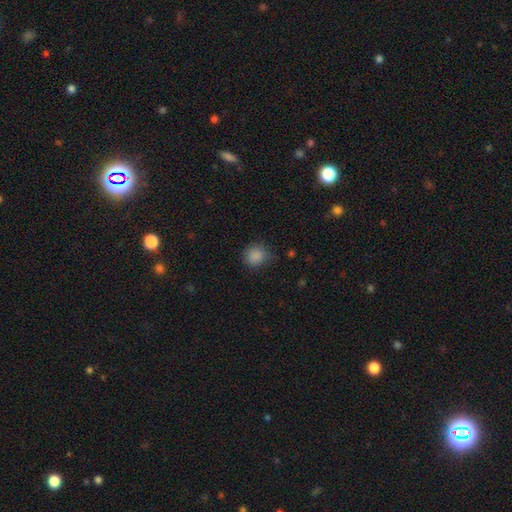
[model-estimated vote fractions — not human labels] A smooth galaxy with no disk features (86%) that is round (86%).

Vote fractions:
- Smooth or featured? smooth: 86% / star or artifact: 10% / featured or disk: 4%
- How rounded? round: 86% / in between: 13% / cigar-shaped: 1%
- Merging? none: 77% / minor disturbance: 18% / major disturbance: 4% / merger: 1%